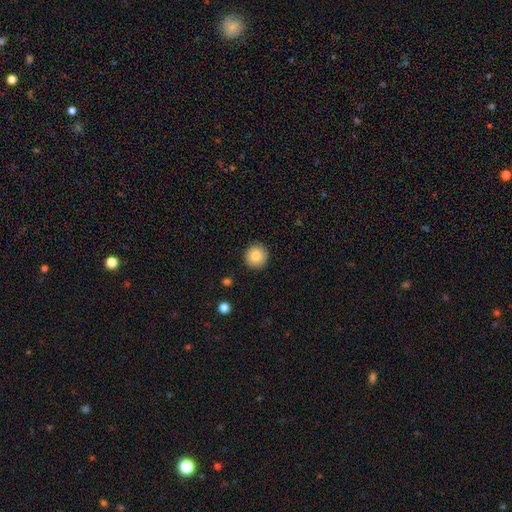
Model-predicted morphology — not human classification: Smooth or featured? smooth (81%)
How rounded? round (94%)
Merging? none (90%)